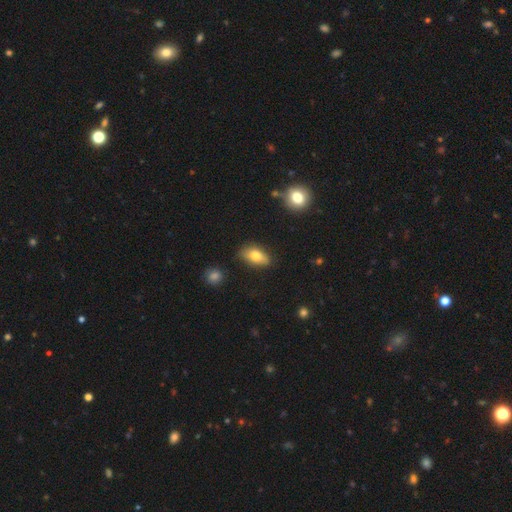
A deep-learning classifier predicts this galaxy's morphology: This is likely a smooth galaxy (75%). How rounded: clearly in between (88%). Merging: likely none (74%).